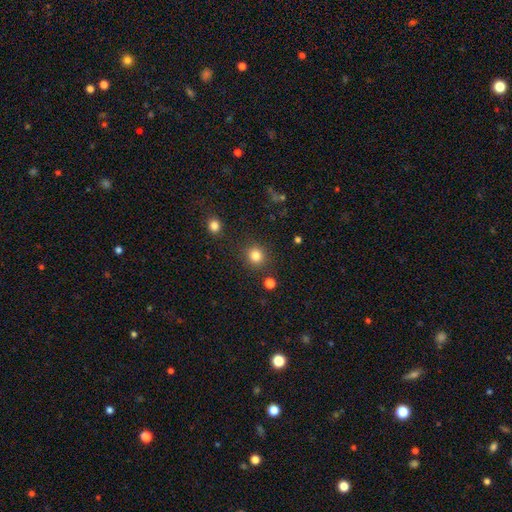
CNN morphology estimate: Q: Smooth or featured?
A: smooth (83%); runner-up: star or artifact (12%)
Q: How rounded?
A: round (89%); runner-up: in between (10%)
Q: Merging?
A: none (87%); runner-up: minor disturbance (7%)